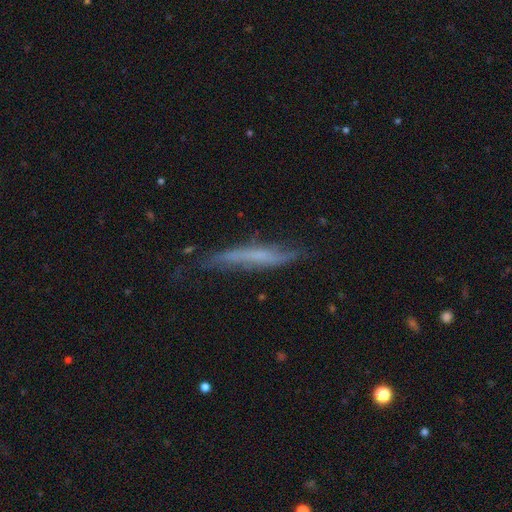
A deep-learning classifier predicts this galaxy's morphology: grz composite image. It shows a featured or disk galaxy (50%) viewed edge-on (79%). Merging: none (60%).